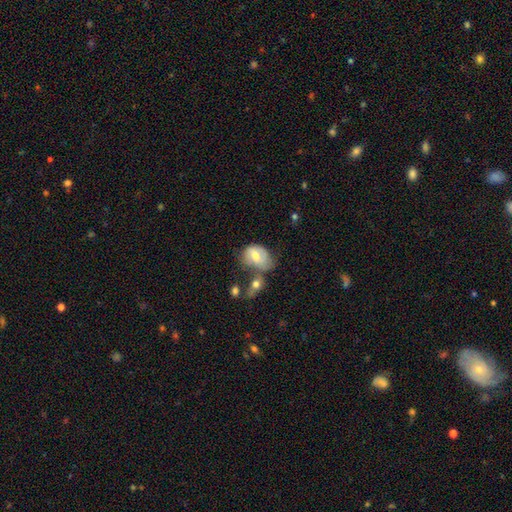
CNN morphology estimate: This is possibly a smooth galaxy (58%). How rounded: likely in between (72%). Merging: marginally none (33%).